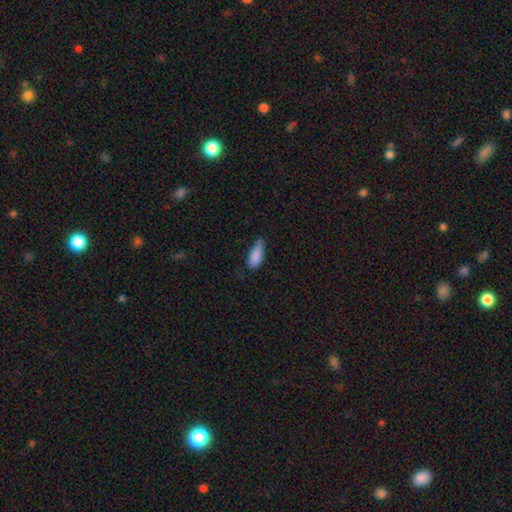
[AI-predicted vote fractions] Smooth or featured: smooth — 87% (star or artifact — 7%)
How rounded: in between — 72% (cigar-shaped — 25%)
Merging: none — 51% (minor disturbance — 40%)